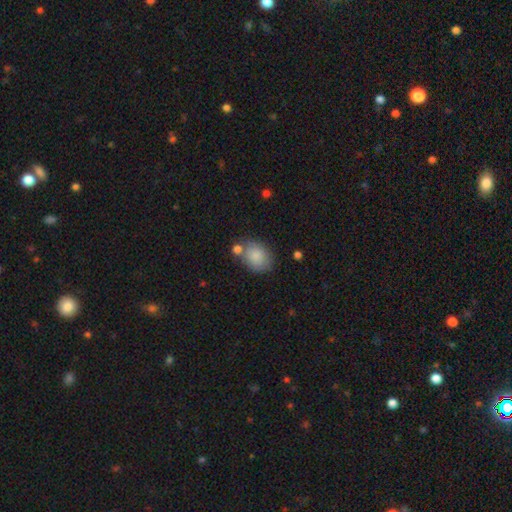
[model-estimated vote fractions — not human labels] Smooth or featured? Predicted: smooth (p=0.85). How rounded? Predicted: in between (p=0.57). Merging? Predicted: none (p=0.63).